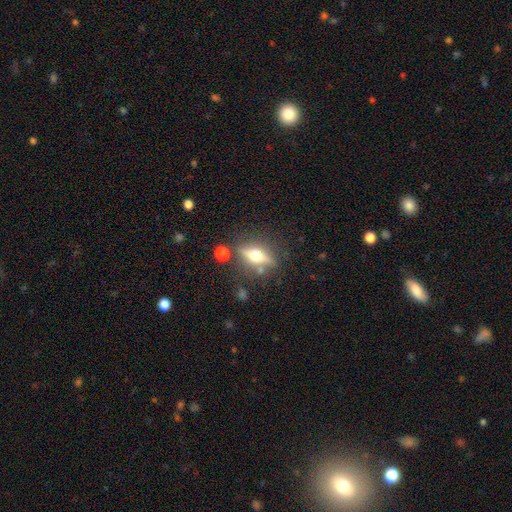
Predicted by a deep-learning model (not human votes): The model was most divided on "smooth or featured": featured or disk: 62%, smooth: 30%, star or artifact: 9%. More confident: edge-on bulge — rounded (96%); edge-on disk — yes (87%); merging — none (80%).